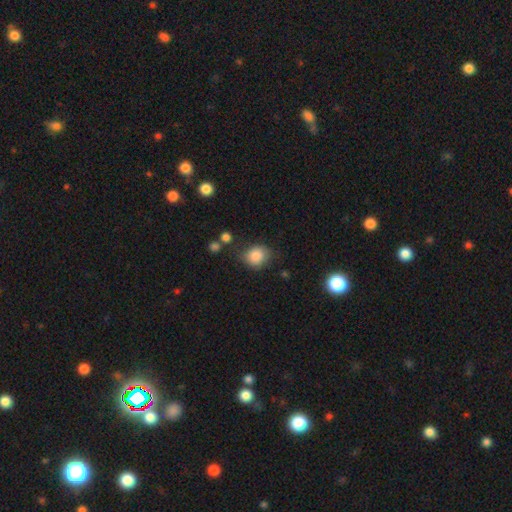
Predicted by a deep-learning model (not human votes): This appears to be a smooth galaxy with no disk features (85%) that is round (69%). Merging: none (70%).